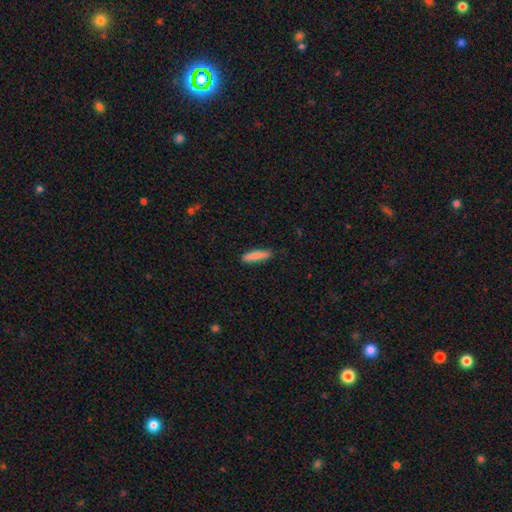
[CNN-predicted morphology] smooth_or_featured: smooth (p=0.86) [alt: featured or disk p=0.08]
how_rounded: cigar-shaped (p=0.82) [alt: in between p=0.17]
merging: none (p=0.88) [alt: minor disturbance p=0.09]